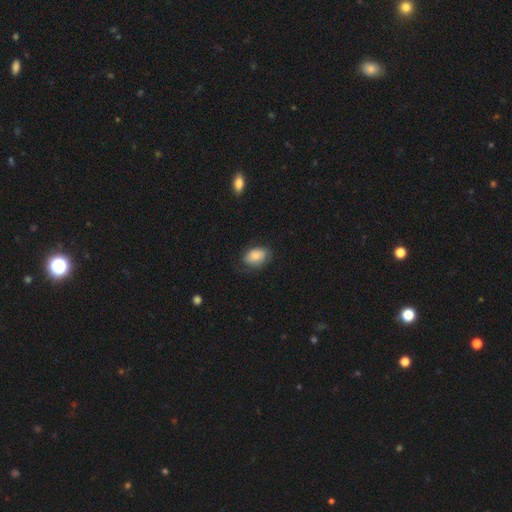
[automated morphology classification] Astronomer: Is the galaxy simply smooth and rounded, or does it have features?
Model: smooth — 76%.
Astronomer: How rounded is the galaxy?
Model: in between — 82%.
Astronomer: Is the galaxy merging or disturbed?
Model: none — 67%.